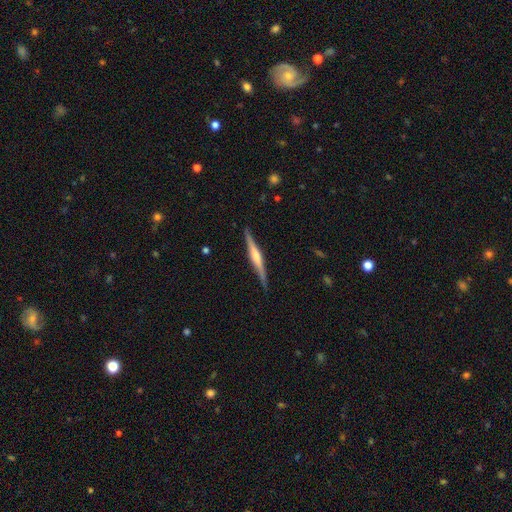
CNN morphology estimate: Smooth or featured: featured or disk — 75% (smooth — 20%)
Edge-on disk: yes — 98% (no — 2%)
Edge-on bulge: rounded — 65% (boxy — 22%)
Merging: none — 87% (minor disturbance — 10%)